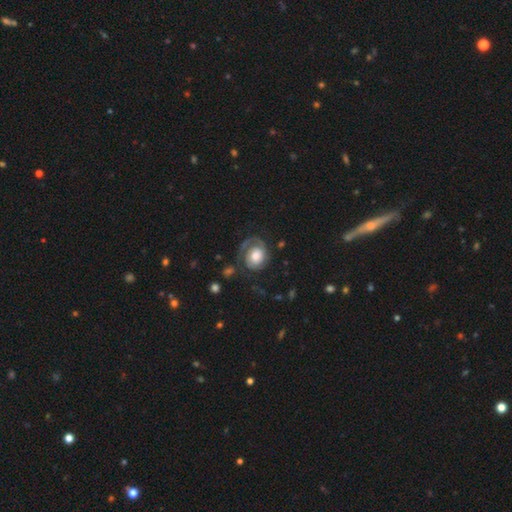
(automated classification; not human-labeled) featured or disk 70%, smooth 24%, star or artifact 6%. Down the decision tree: edge-on disk — no (98%); bar — no (77%); spiral arms — yes (89%); spiral arm count — 1 (66%); spiral winding — tight (57%); bulge size — large (44%); merging — none (59%).